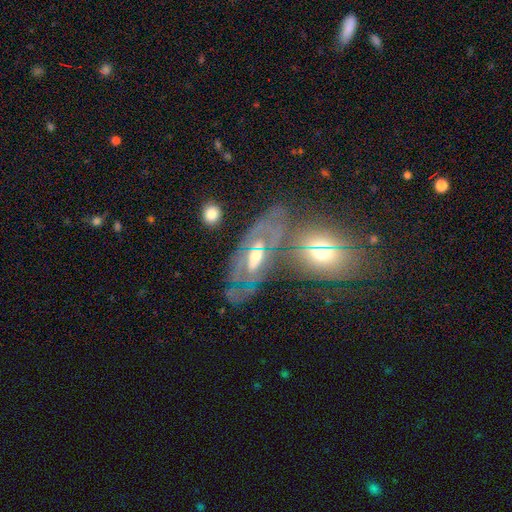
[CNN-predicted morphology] Overall: featured or disk (70%). Edge-on disk: no (86%). Bar: no (54%; weak 31%). Spiral arms: yes (59%; no 41%). Bulge size: moderate (59%; small 21%). Merging: none (51%; minor disturbance 19%).